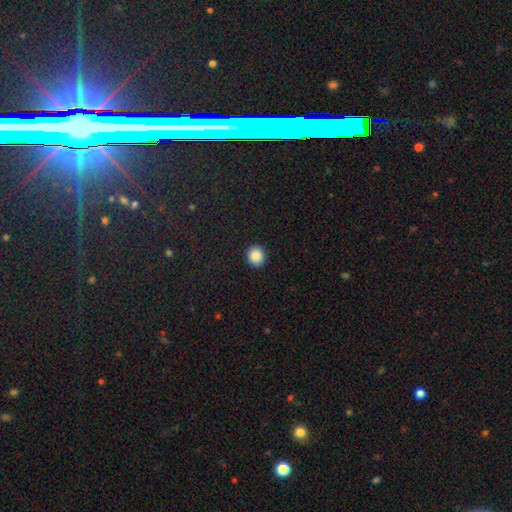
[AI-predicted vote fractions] The model was most divided on "how rounded": round: 84%, in between: 15%, cigar-shaped: 1%. More confident: merging — none (92%); smooth or featured — smooth (88%).